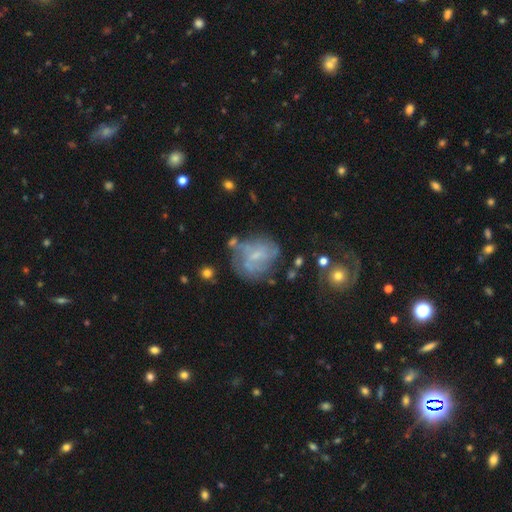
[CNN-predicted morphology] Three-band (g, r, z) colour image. It shows a featured or disk galaxy (58%) with no bar (48%), spiral arms (57%) and a small central bulge (56%). Merging: none (51%).